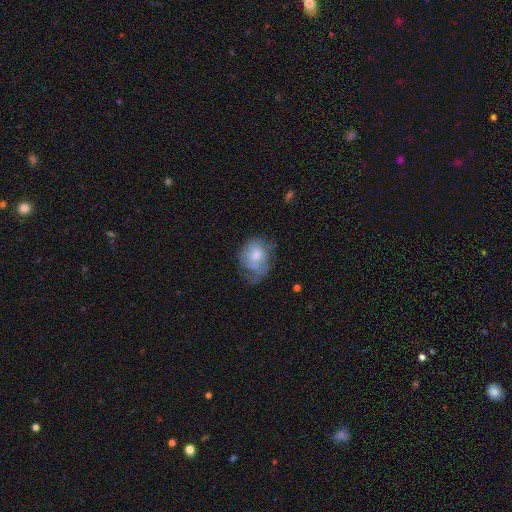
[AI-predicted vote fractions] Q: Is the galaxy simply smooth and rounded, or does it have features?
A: smooth — 47%.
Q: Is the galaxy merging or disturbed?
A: none — 33%.